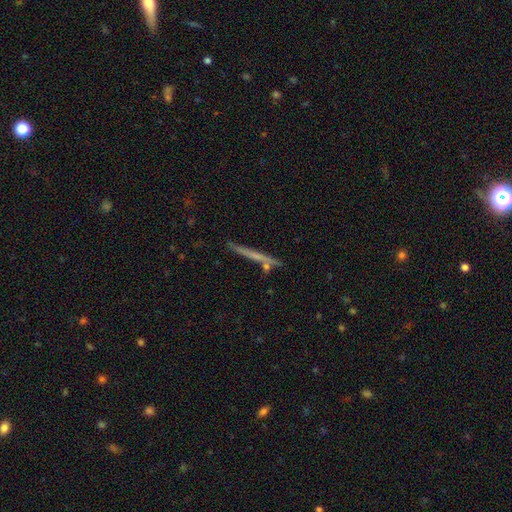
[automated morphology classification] smooth_or_featured: featured or disk (p=0.49) [alt: smooth p=0.43]
merging: none (p=0.82) [alt: minor disturbance p=0.10]